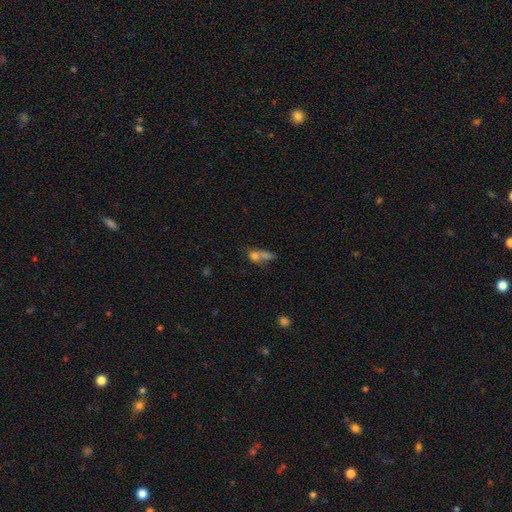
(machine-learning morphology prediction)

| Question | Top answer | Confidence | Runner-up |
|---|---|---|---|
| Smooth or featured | smooth | 62% | featured or disk (21%) |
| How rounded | in between | 49% | round (37%) |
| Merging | merger | 49% | none (27%) |